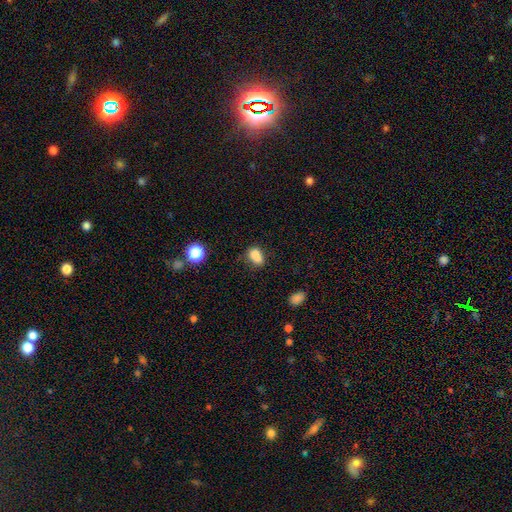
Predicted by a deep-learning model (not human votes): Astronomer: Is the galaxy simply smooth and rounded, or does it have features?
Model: smooth — 84%.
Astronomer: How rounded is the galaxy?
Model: in between — 81%.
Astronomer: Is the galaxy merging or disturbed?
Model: none — 65%.